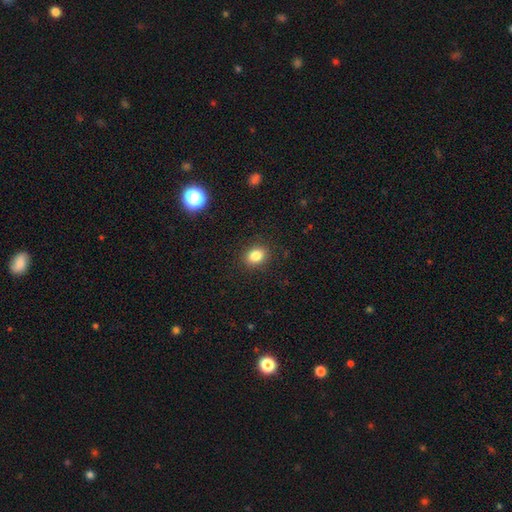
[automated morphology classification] Smooth or featured?
  - smooth: 84% *
  - star or artifact: 11%
  - featured or disk: 5%
How rounded?
  - in between: 51% *
  - round: 48%
  - cigar-shaped: 1%
Merging?
  - none: 89% *
  - minor disturbance: 8%
  - major disturbance: 3%
  - merger: 1%